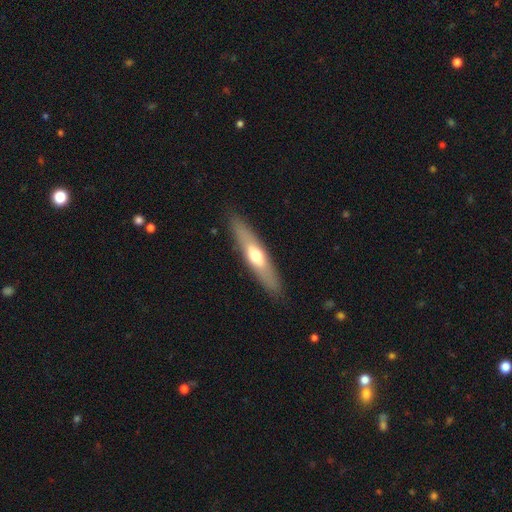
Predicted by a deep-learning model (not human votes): This is possibly a smooth galaxy (51%). How rounded: likely cigar-shaped (77%). Merging: clearly none (88%).